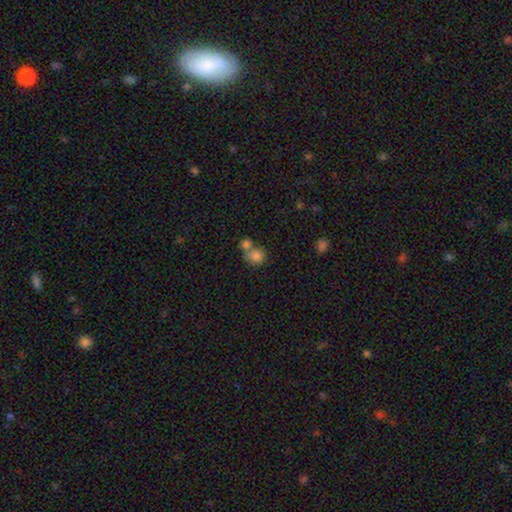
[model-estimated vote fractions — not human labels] Smooth or featured?
  - smooth: 82% *
  - star or artifact: 10%
  - featured or disk: 8%
How rounded?
  - round: 81% *
  - in between: 18%
  - cigar-shaped: 1%
Merging?
  - merger: 46% *
  - none: 42%
  - minor disturbance: 8%
  - major disturbance: 4%